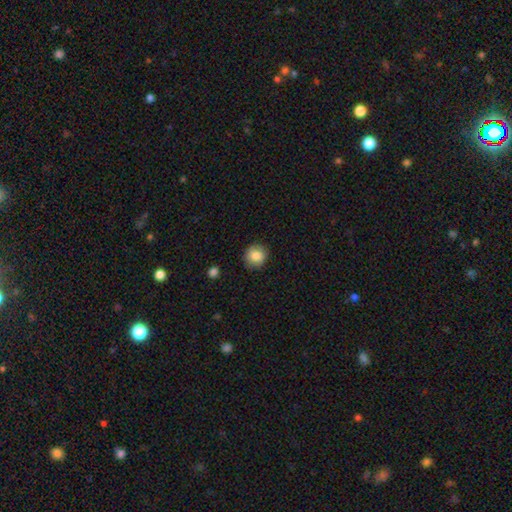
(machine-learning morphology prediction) Smooth or featured? Predicted: smooth (p=0.84). How rounded? Predicted: round (p=0.87). Merging? Predicted: none (p=0.88).